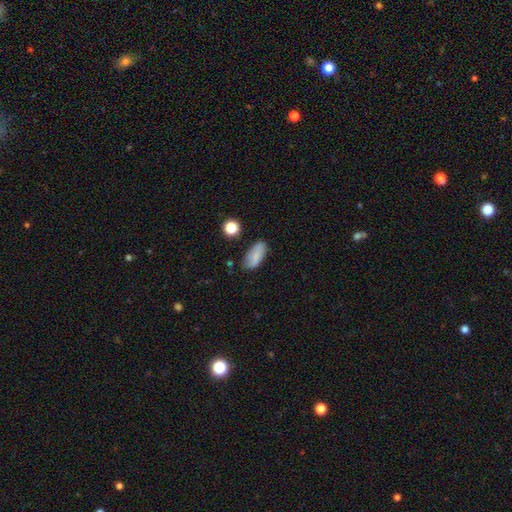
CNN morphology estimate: Overall: smooth (73%). How rounded: in between (88%). Merging: none (74%).